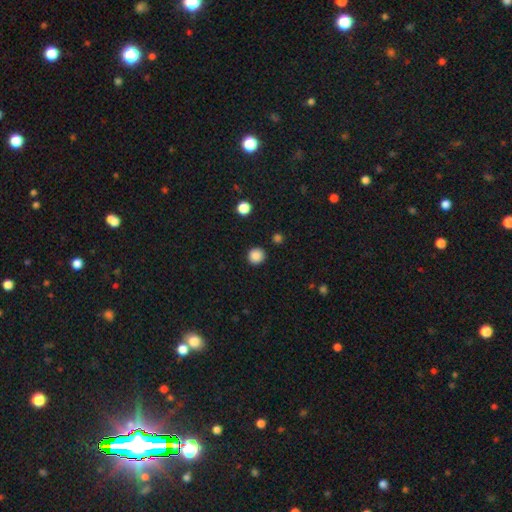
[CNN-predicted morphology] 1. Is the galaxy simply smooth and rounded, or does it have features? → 87% smooth, 10% star or artifact, 3% featured or disk.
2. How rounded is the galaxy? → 94% round, 6% in between, 1% cigar-shaped.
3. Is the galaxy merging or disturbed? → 91% none, 5% minor disturbance, 2% major disturbance, 2% merger.